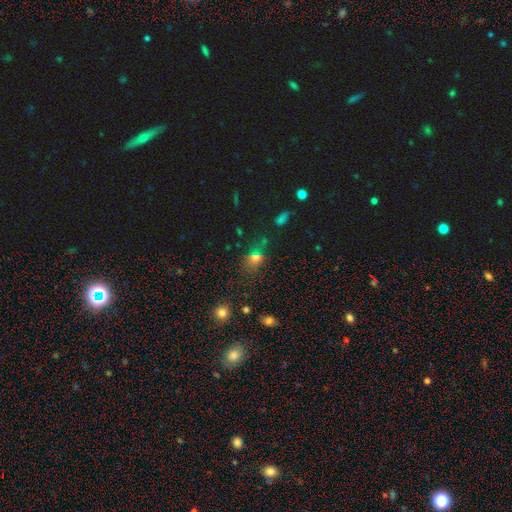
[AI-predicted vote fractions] This is likely a smooth galaxy (60%). How rounded: possibly in between (56%). Merging: likely none (63%).